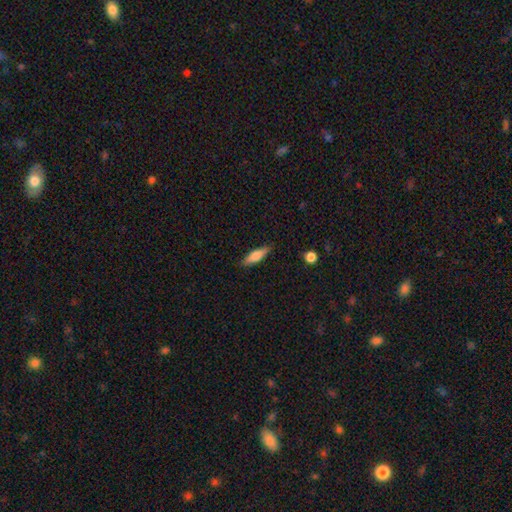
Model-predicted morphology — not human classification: Smooth or featured: smooth — 70% (featured or disk — 24%)
How rounded: cigar-shaped — 59% (in between — 39%)
Merging: none — 84% (minor disturbance — 12%)